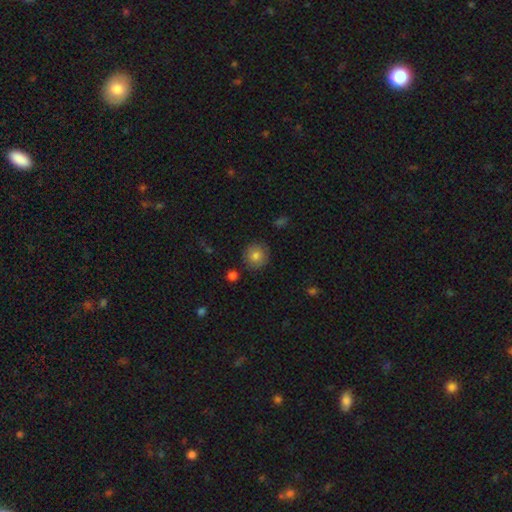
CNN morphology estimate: Smooth or featured: smooth — 80% (featured or disk — 11%)
How rounded: round — 92% (in between — 7%)
Merging: none — 87% (minor disturbance — 9%)